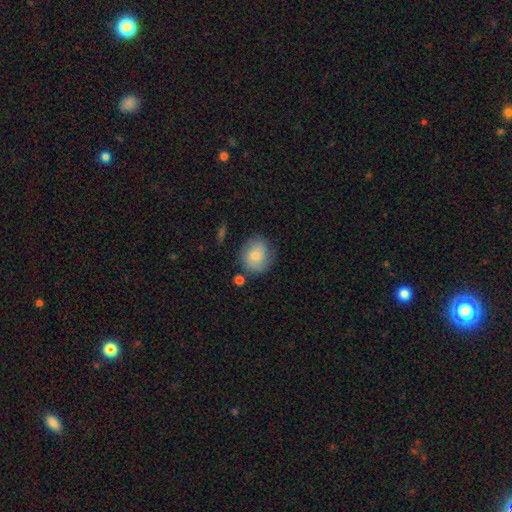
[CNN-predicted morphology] smooth 75%, featured or disk 18%, star or artifact 7%. Down the decision tree: how rounded — round (71%); merging — none (73%).